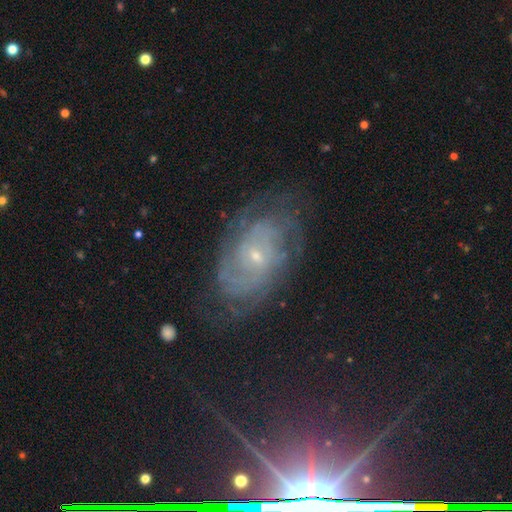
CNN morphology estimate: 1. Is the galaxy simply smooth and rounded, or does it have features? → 75% featured or disk, 13% star or artifact, 12% smooth.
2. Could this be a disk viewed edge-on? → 95% no, 5% yes.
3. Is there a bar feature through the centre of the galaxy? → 69% no, 26% weak, 5% strong.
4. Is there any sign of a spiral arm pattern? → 91% yes, 9% no.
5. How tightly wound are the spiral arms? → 63% tight, 28% medium, 9% loose.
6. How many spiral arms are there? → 50% can't tell, 19% 2, 10% 3, 8% 4, 7% more than 4, 6% 1.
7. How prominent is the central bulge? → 79% small, 18% moderate, 2% none, 1% large, 1% dominant.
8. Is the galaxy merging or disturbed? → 72% none, 18% minor disturbance, 8% major disturbance, 1% merger.